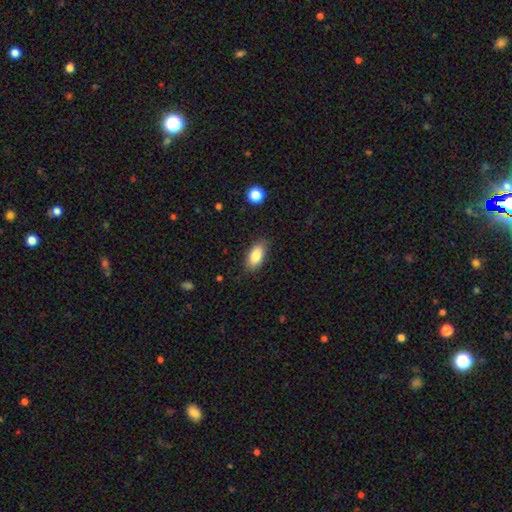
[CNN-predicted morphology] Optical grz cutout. It shows a smooth galaxy with no disk features (84%) that is in between round and cigar-shaped (89%). Merging: none (83%).